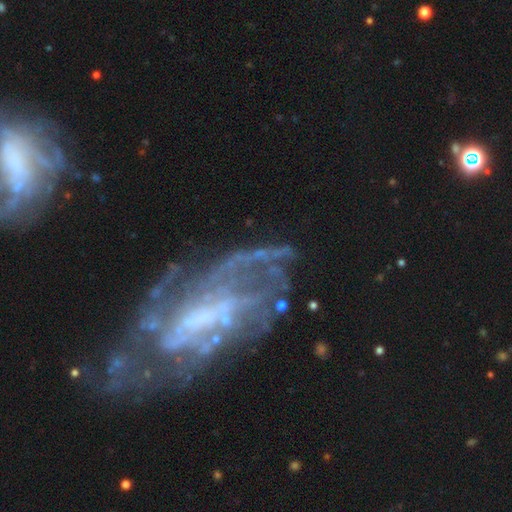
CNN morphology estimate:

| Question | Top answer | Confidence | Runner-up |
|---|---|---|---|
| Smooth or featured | featured or disk | 81% | star or artifact (10%) |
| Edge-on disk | no | 94% | yes (6%) |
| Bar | no | 51% | weak (34%) |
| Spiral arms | yes | 75% | no (25%) |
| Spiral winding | tight | 38% | medium (37%) |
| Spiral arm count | can't tell | 49% | 2 (17%) |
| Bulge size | none | 45% | small (31%) |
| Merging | none | 47% | major disturbance (28%) |